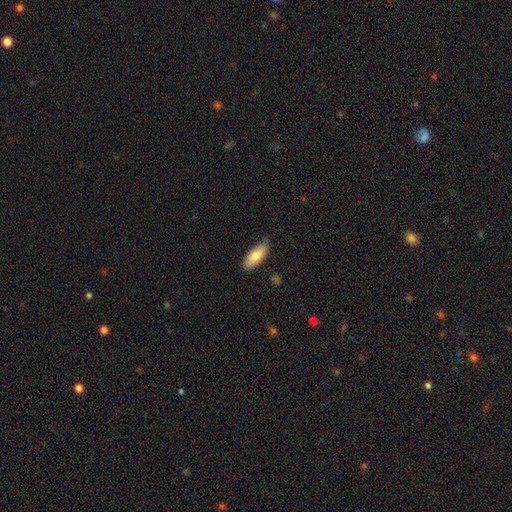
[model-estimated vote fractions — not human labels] Q: Smooth or featured?
A: smooth (80%); runner-up: featured or disk (14%)
Q: How rounded?
A: in between (78%); runner-up: cigar-shaped (20%)
Q: Merging?
A: none (77%); runner-up: minor disturbance (19%)